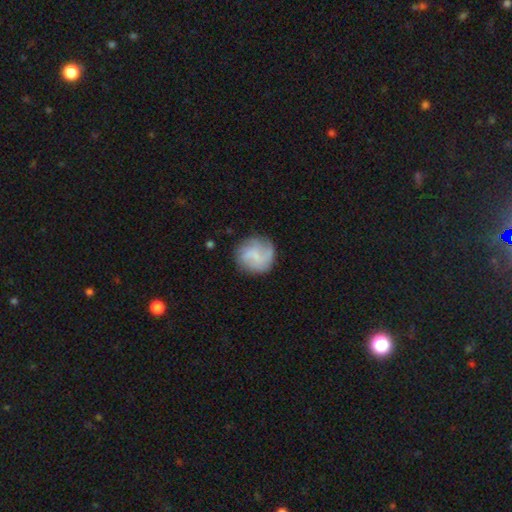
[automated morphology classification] A smooth galaxy with no disk features (49%). Merging: none (73%).